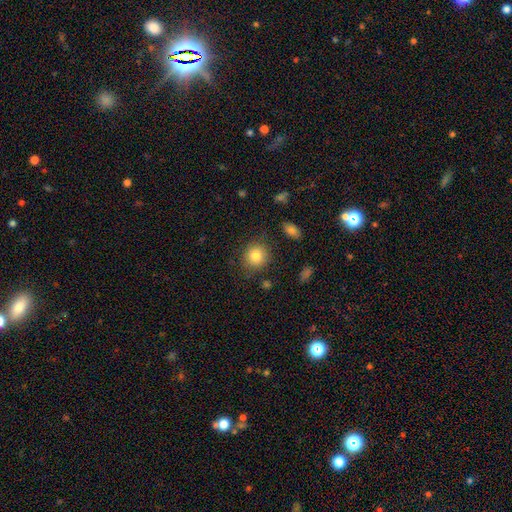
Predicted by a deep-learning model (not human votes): Smooth or featured?
  - smooth: 82% *
  - star or artifact: 10%
  - featured or disk: 8%
How rounded?
  - round: 85% *
  - in between: 14%
  - cigar-shaped: 1%
Merging?
  - none: 82% *
  - minor disturbance: 12%
  - major disturbance: 4%
  - merger: 2%